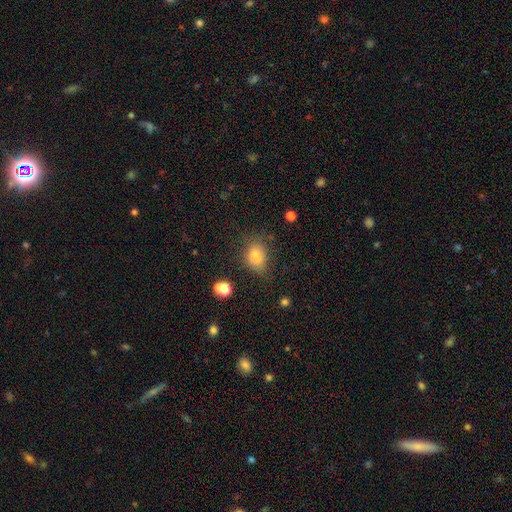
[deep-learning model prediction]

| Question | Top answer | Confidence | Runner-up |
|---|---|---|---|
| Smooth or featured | smooth | 74% | star or artifact (14%) |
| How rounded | in between | 71% | round (27%) |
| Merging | none | 58% | minor disturbance (24%) |